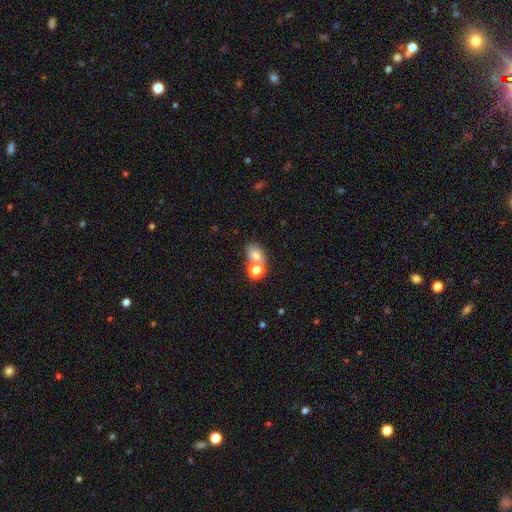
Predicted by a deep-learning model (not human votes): Smooth or featured? smooth (72%)
How rounded? in between (66%)
Merging? none (43%)